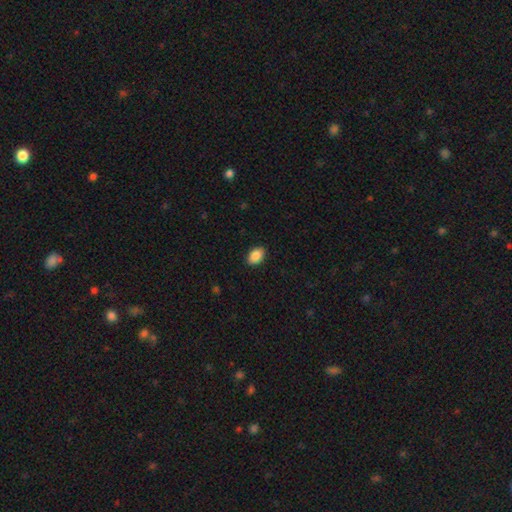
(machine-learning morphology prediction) Smooth or featured? Predicted: smooth (p=0.89). How rounded? Predicted: in between (p=0.88). Merging? Predicted: none (p=0.89).